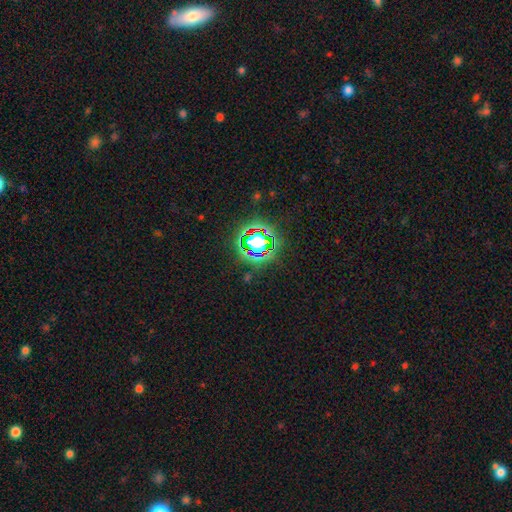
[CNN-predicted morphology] This appears to be a star or artifact, not a galaxy (80%).